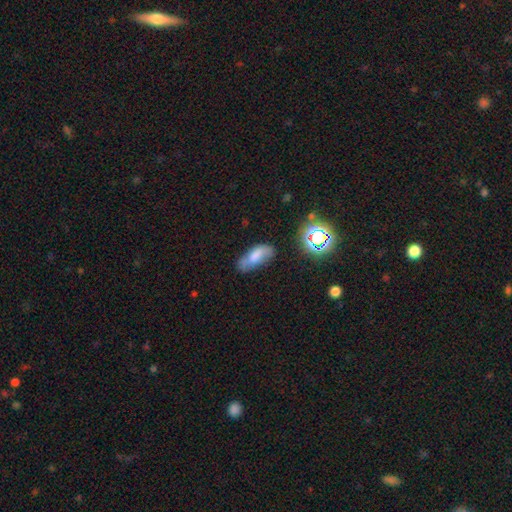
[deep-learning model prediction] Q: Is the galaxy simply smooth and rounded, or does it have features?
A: smooth — 64%.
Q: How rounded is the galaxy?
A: in between — 81%.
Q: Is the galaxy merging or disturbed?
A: none — 56%.